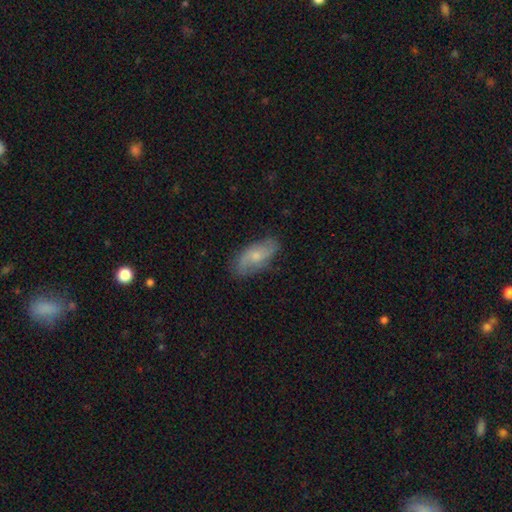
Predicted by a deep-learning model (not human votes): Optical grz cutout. It shows a featured or disk galaxy (47%). Merging: none (75%).